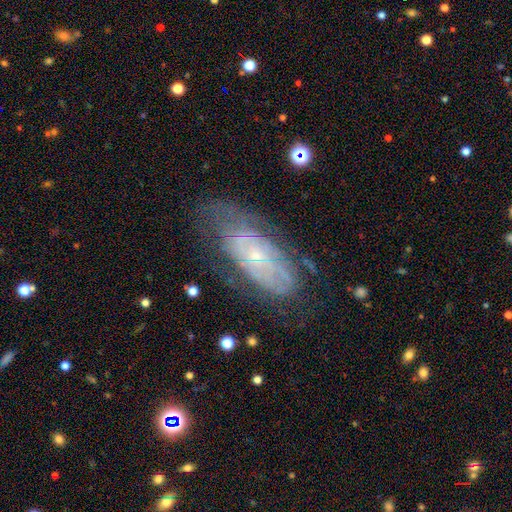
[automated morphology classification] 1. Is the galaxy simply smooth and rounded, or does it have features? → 72% featured or disk, 20% smooth, 8% star or artifact.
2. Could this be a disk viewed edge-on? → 90% no, 10% yes.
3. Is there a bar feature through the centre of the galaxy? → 79% no, 17% weak, 4% strong.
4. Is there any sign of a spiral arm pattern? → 76% yes, 24% no.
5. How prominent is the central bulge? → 81% small, 13% moderate, 3% none, 1% large, 1% dominant.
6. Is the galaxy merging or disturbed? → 58% none, 24% minor disturbance, 15% major disturbance, 2% merger.